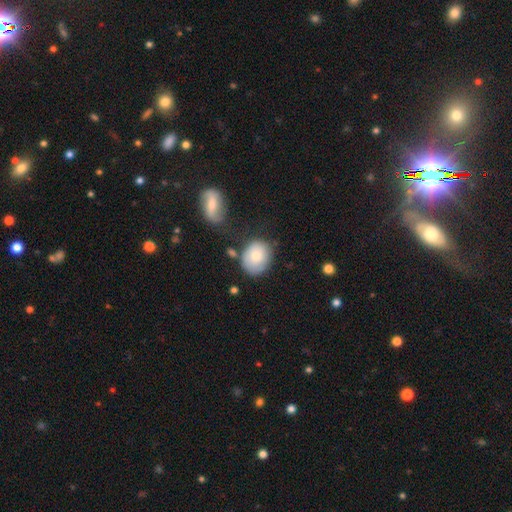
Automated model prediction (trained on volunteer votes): Smooth or featured? smooth (75%)
How rounded? round (57%)
Merging? none (62%)